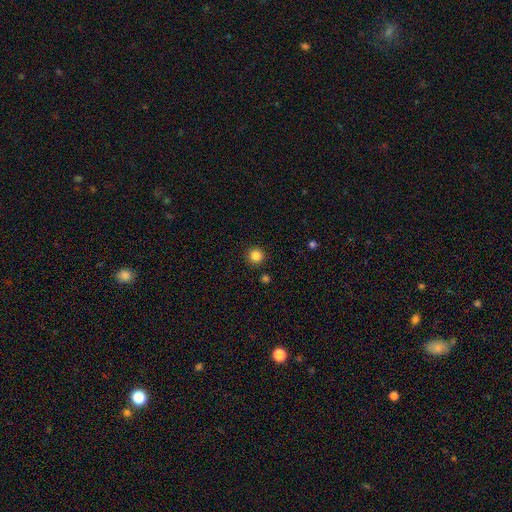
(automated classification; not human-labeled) Overall: smooth (85%). How rounded: round (96%). Merging: none (91%).